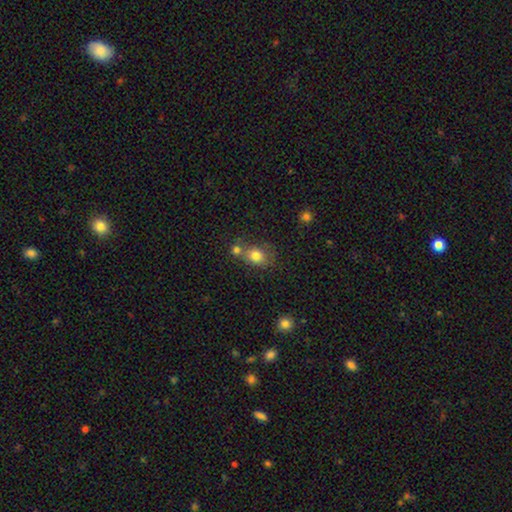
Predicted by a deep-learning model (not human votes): This appears to be a smooth galaxy with no disk features (79%) that is round (54%). Merging: none (48%).